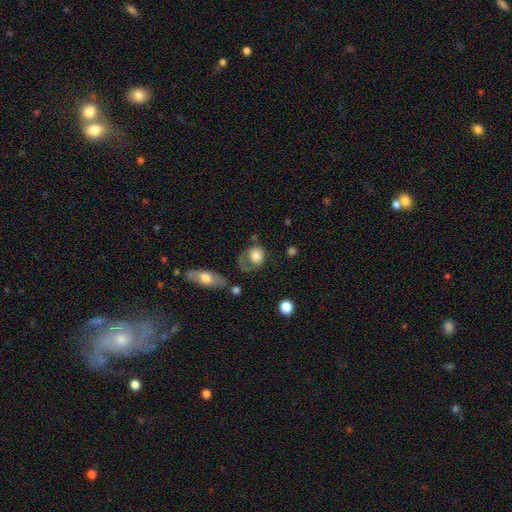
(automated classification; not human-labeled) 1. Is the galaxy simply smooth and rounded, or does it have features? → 73% smooth, 19% featured or disk, 7% star or artifact.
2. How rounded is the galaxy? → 54% round, 44% in between, 2% cigar-shaped.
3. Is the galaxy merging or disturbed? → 34% none, 32% major disturbance, 26% minor disturbance, 8% merger.